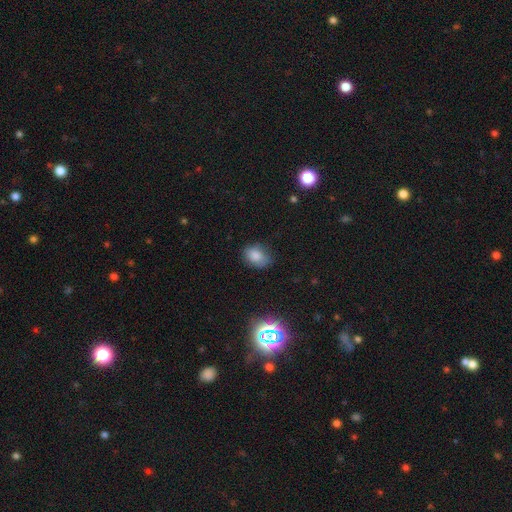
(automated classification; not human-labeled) The model was most divided on "how rounded": in between: 69%, round: 29%, cigar-shaped: 1%. More confident: smooth or featured — smooth (81%); merging — none (70%).